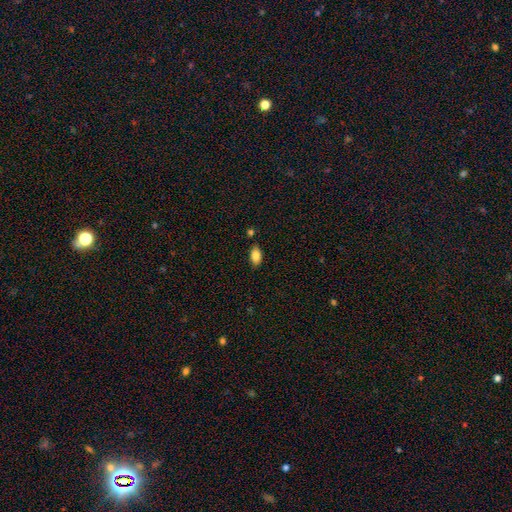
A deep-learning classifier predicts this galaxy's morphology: The model was most divided on "merging": none: 80%, minor disturbance: 12%, merger: 5%, major disturbance: 3%. More confident: how rounded — in between (91%); smooth or featured — smooth (85%).